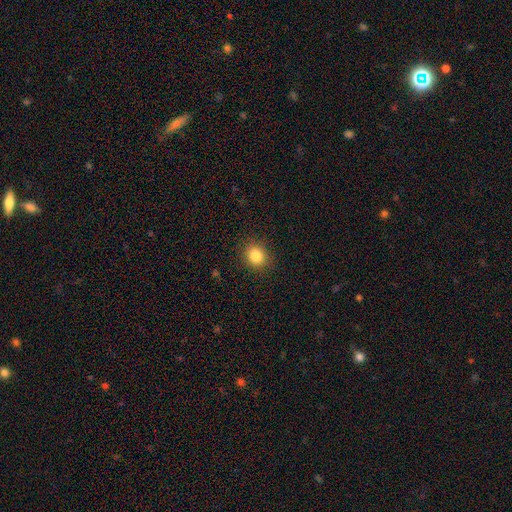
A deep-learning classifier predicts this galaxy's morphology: A smooth galaxy with no disk features (84%) that is round (70%).

Vote fractions:
- Smooth or featured? smooth: 84% / star or artifact: 11% / featured or disk: 5%
- How rounded? round: 70% / in between: 29% / cigar-shaped: 1%
- Merging? none: 89% / minor disturbance: 8% / major disturbance: 3% / merger: 1%